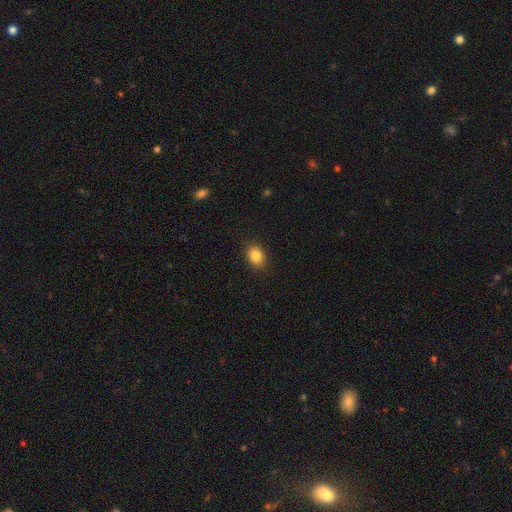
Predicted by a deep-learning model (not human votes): smooth 85%, star or artifact 10%, featured or disk 5%. Down the decision tree: how rounded — in between (50%); merging — none (89%).